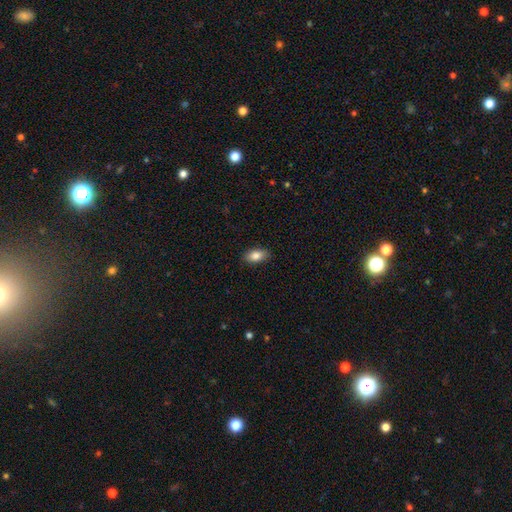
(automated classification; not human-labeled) A smooth galaxy with no disk features (85%) that is in between round and cigar-shaped (91%).

Vote fractions:
- Smooth or featured? smooth: 85% / featured or disk: 8% / star or artifact: 7%
- How rounded? in between: 91% / round: 5% / cigar-shaped: 4%
- Merging? none: 88% / minor disturbance: 9% / major disturbance: 2% / merger: 1%